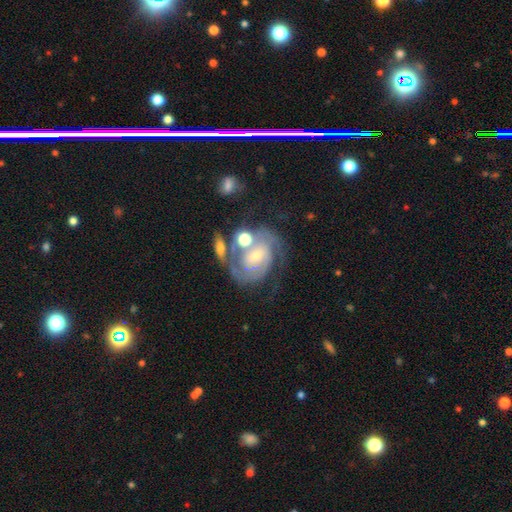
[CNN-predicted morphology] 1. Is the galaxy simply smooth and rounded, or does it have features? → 87% featured or disk, 7% smooth, 6% star or artifact.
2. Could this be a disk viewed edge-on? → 97% no, 3% yes.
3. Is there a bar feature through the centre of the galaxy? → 48% no, 38% weak, 14% strong.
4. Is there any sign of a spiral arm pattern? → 97% yes, 3% no.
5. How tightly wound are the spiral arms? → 61% tight, 32% medium, 7% loose.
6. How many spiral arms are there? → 69% 2, 12% can't tell, 10% 3, 4% 1, 3% 4, 2% more than 4.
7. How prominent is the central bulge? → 61% small, 32% moderate, 3% none, 3% large, 1% dominant.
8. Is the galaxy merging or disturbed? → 54% none, 17% merger, 17% minor disturbance, 12% major disturbance.